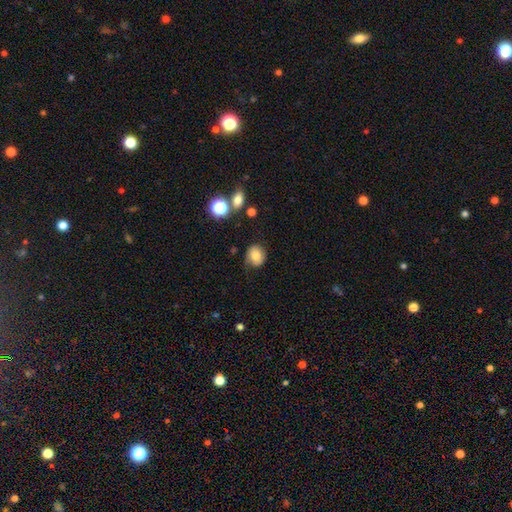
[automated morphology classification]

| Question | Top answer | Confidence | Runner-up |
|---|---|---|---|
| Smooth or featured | smooth | 76% | featured or disk (13%) |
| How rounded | round | 70% | in between (29%) |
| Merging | none | 75% | minor disturbance (18%) |